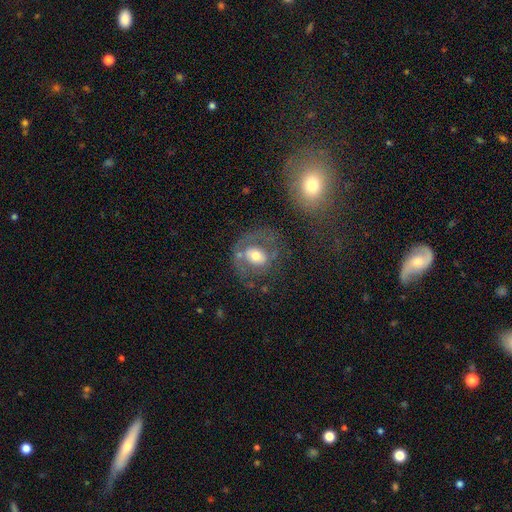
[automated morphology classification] Q: Smooth or featured?
A: featured or disk (50%); runner-up: smooth (41%)
Q: Merging?
A: none (52%); runner-up: major disturbance (22%)